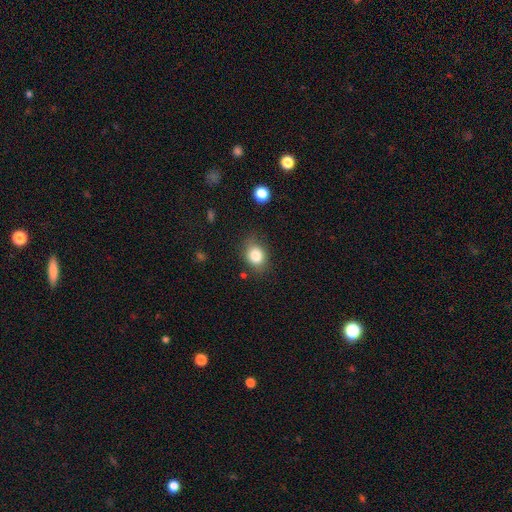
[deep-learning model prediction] A smooth galaxy with no disk features (82%) that is in between round and cigar-shaped (50%). Merging: none (75%).